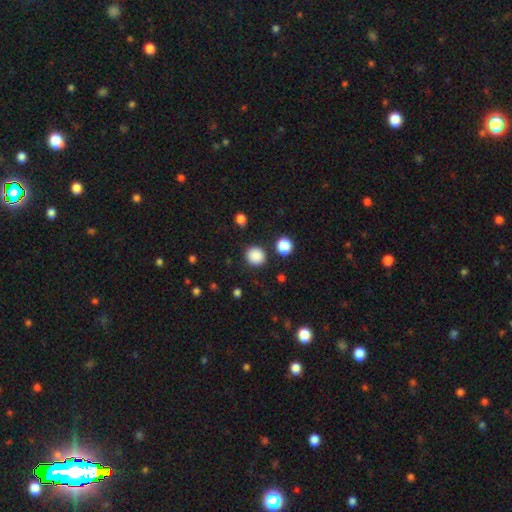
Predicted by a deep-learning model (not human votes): This appears to be a smooth galaxy with no disk features (87%) that is round (89%). Merging: none (87%).